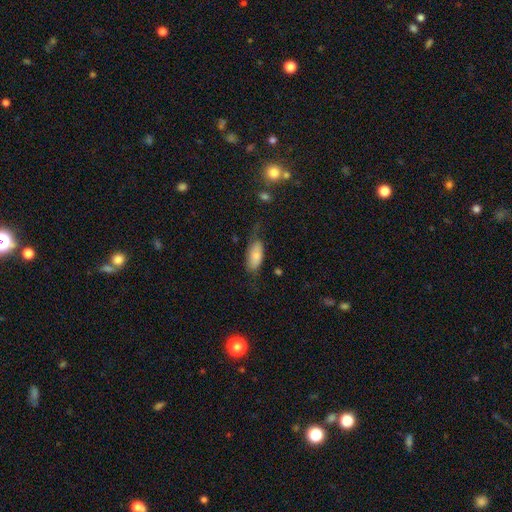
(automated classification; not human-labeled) The model was most divided on "merging": none: 51%, minor disturbance: 30%, major disturbance: 17%, merger: 2%. More confident: how rounded — in between (88%); smooth or featured — smooth (72%).